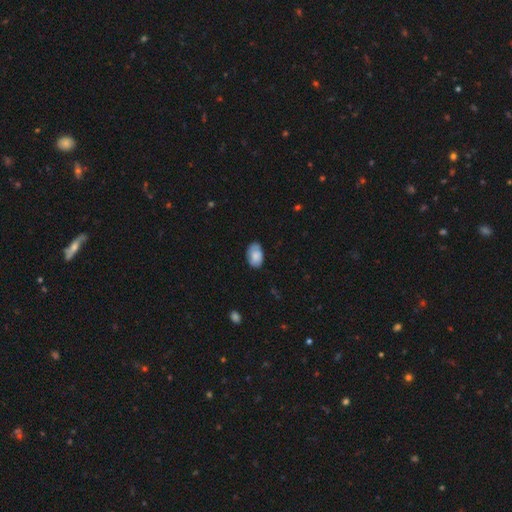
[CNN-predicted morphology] type=smooth (81%); roundness=in between (91%); merging=none (74%).